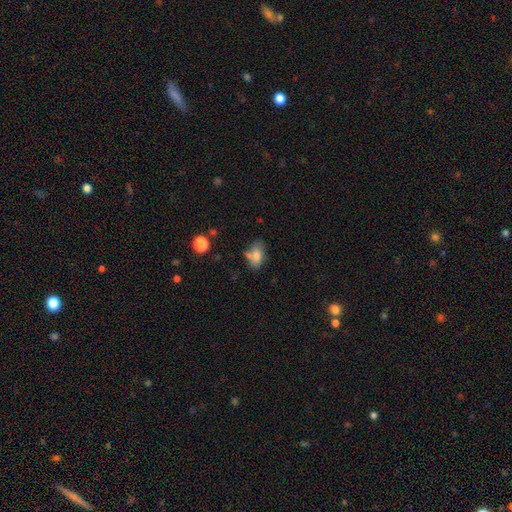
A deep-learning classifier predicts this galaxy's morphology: type=smooth (75%); roundness=in between (86%); merging=none (52%).